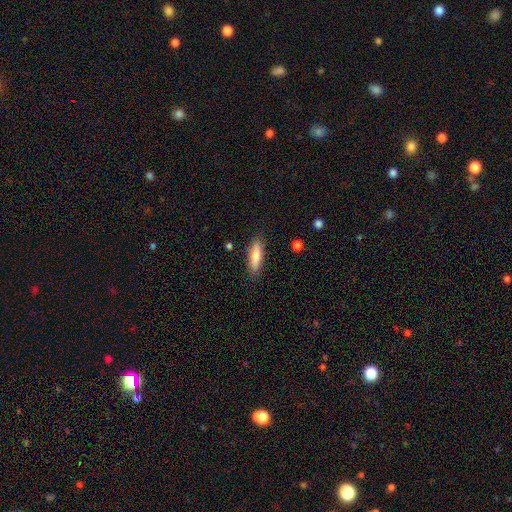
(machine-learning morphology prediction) Smooth or featured: smooth — 74% (featured or disk — 20%)
How rounded: cigar-shaped — 64% (in between — 35%)
Merging: none — 87% (minor disturbance — 10%)